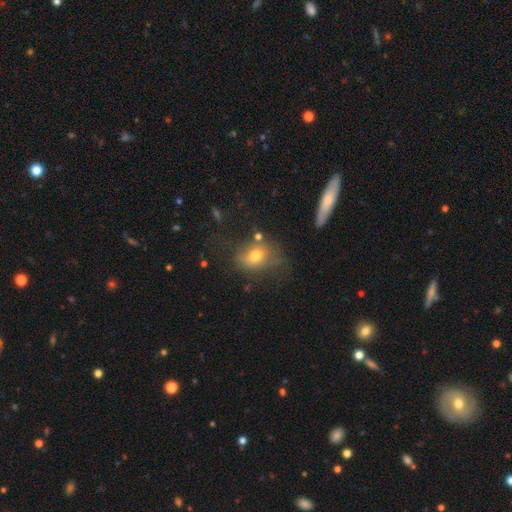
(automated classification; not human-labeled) smooth-or-featured: smooth: 66% | featured or disk: 22% | star or artifact: 12%
  how-rounded: in between: 59% | round: 38% | cigar-shaped: 2%
  merging: none: 51% | minor disturbance: 25% | major disturbance: 18% | merger: 6%